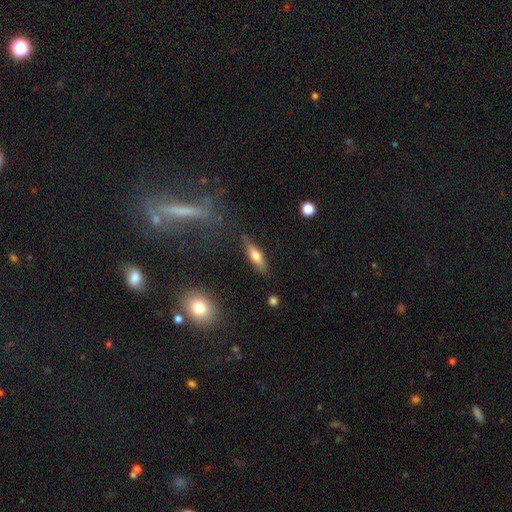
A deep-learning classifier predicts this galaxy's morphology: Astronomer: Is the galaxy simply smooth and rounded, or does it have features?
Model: smooth — 59% (runner-up: featured or disk, 34%).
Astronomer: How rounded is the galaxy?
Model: cigar-shaped — 54% (runner-up: in between, 43%).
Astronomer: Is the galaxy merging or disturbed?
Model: none — 80%.